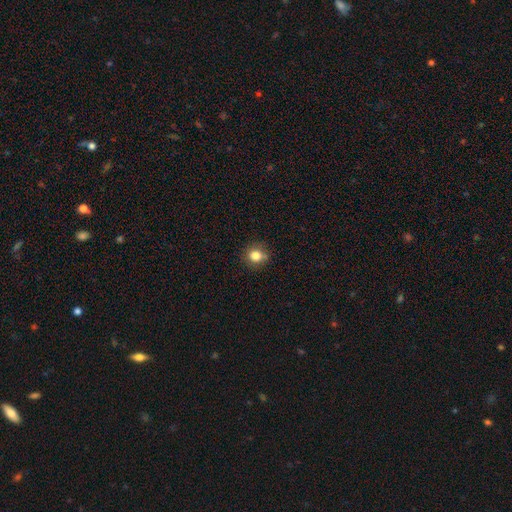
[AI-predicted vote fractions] Smooth or featured? Predicted: smooth (p=0.81). How rounded? Predicted: round (p=0.76). Merging? Predicted: none (p=0.77).